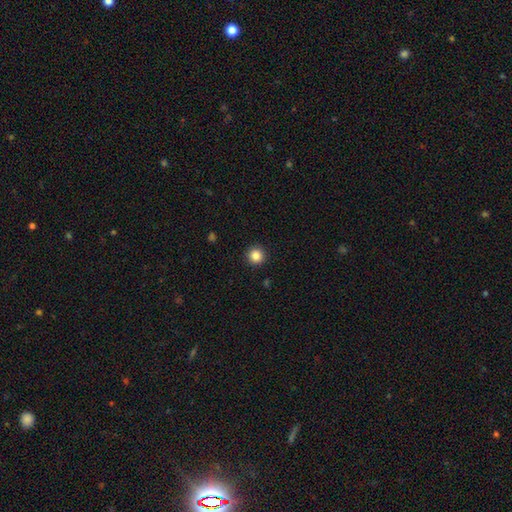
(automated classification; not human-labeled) Smooth or featured: smooth — 86% (star or artifact — 11%)
How rounded: round — 95% (in between — 4%)
Merging: none — 92% (minor disturbance — 5%)